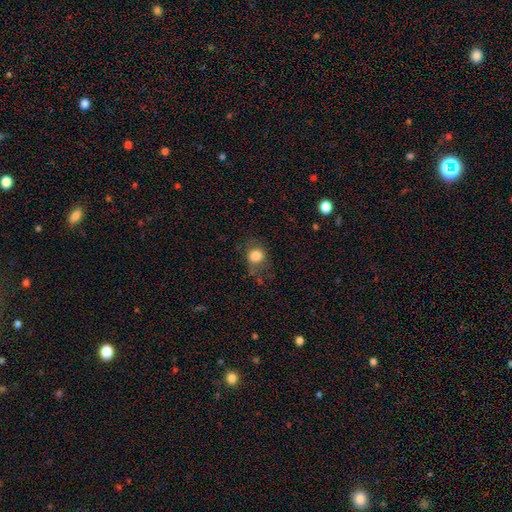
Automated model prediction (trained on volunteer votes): A smooth galaxy with no disk features (80%) that is round (71%).

Vote fractions:
- Smooth or featured? smooth: 80% / featured or disk: 10% / star or artifact: 10%
- How rounded? round: 71% / in between: 28% / cigar-shaped: 1%
- Merging? none: 61% / minor disturbance: 23% / major disturbance: 14% / merger: 2%